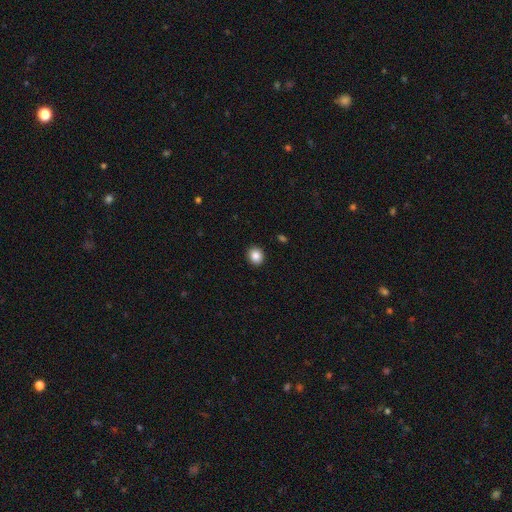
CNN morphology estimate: Smooth or featured? smooth (87%)
How rounded? round (73%)
Merging? none (92%)